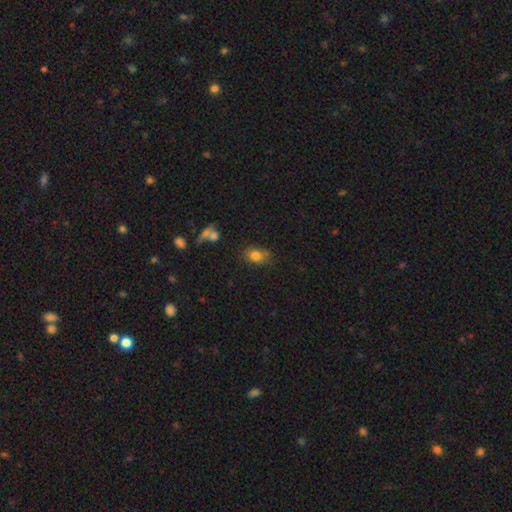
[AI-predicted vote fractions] Morphology: type=smooth (79%); roundness=in between (71%); merging=none (65%).